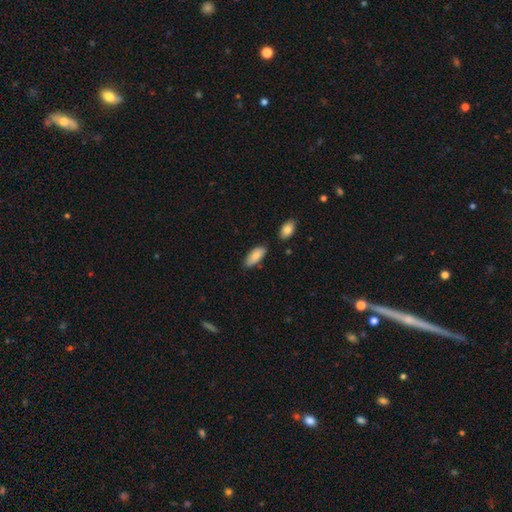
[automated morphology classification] smooth-or-featured: smooth: 84% | featured or disk: 10% | star or artifact: 6%
  how-rounded: in between: 87% | cigar-shaped: 12% | round: 2%
  merging: none: 77% | minor disturbance: 15% | merger: 6% | major disturbance: 3%